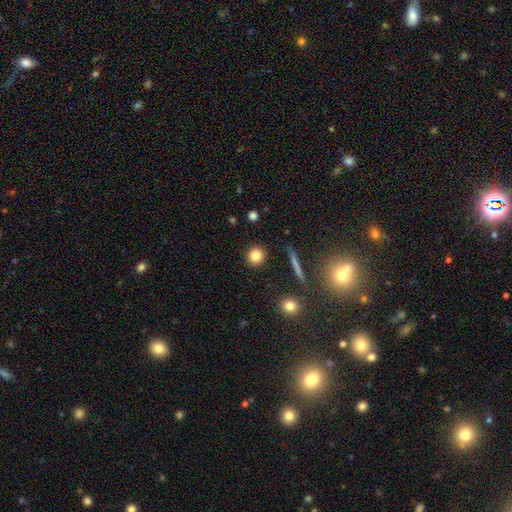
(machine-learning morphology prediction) Smooth or featured?
  - smooth: 83% *
  - star or artifact: 10%
  - featured or disk: 7%
How rounded?
  - round: 91% *
  - in between: 7%
  - cigar-shaped: 2%
Merging?
  - none: 90% *
  - minor disturbance: 6%
  - major disturbance: 2%
  - merger: 2%